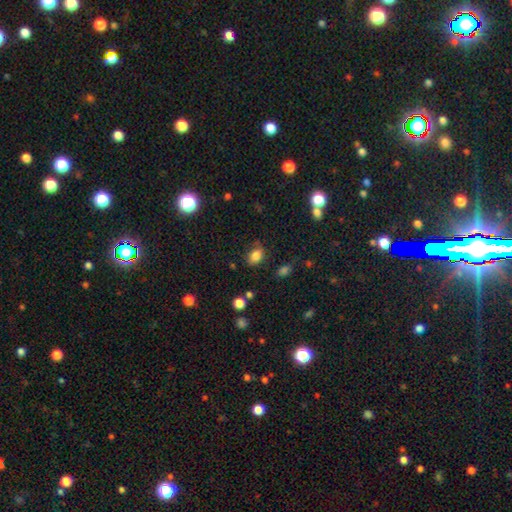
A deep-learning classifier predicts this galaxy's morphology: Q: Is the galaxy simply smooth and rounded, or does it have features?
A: smooth — 83%.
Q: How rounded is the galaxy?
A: in between — 77%.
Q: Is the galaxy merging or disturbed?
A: none — 75%.